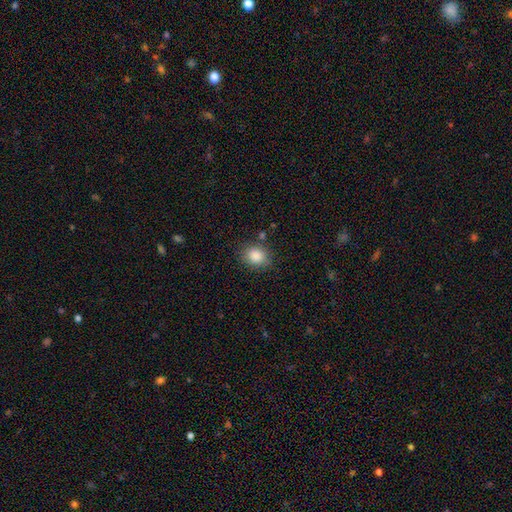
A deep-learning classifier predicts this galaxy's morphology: smooth 87%, star or artifact 9%, featured or disk 5%. Down the decision tree: how rounded — round (57%); merging — none (80%).